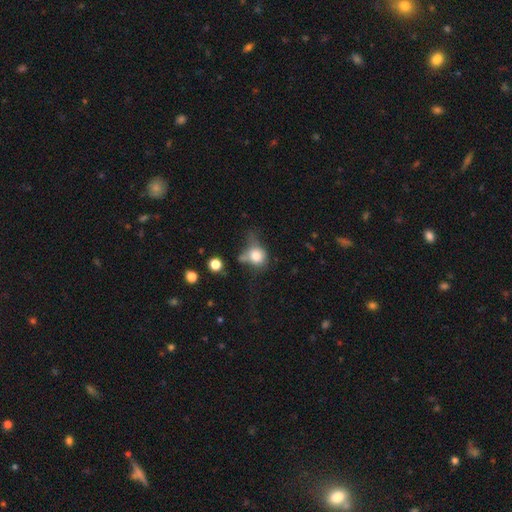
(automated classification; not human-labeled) Smooth or featured: smooth — 74% (featured or disk — 14%)
How rounded: round — 66% (in between — 33%)
Merging: none — 31% (minor disturbance — 29%)